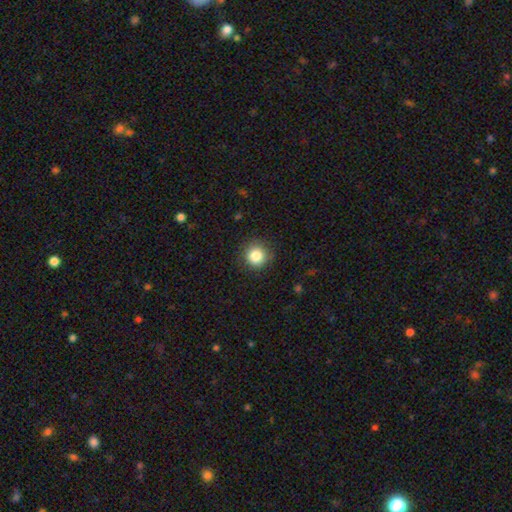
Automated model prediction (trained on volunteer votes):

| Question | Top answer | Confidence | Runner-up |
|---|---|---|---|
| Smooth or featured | smooth | 84% | star or artifact (10%) |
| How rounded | round | 94% | in between (5%) |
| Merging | none | 89% | minor disturbance (8%) |